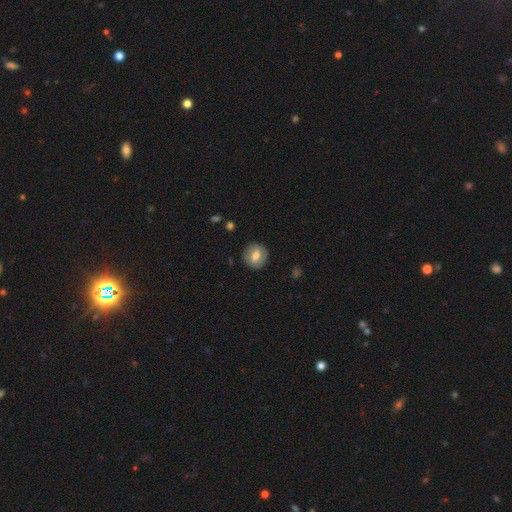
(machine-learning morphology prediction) Smooth or featured? Predicted: smooth (p=0.68). How rounded? Predicted: round (p=0.86). Merging? Predicted: none (p=0.86).